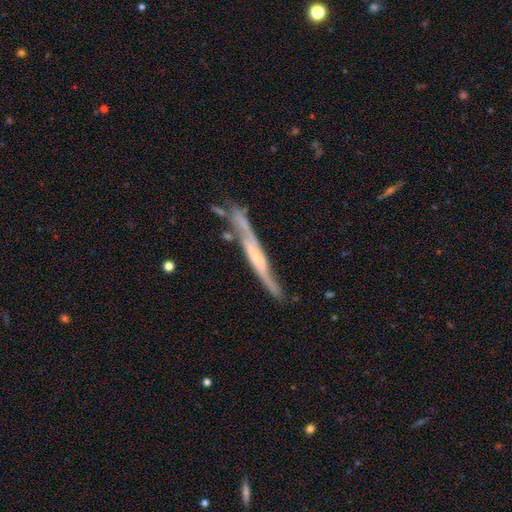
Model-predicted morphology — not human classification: Q: Smooth or featured?
A: featured or disk (72%); runner-up: smooth (22%)
Q: Edge-on disk?
A: yes (84%); runner-up: no (16%)
Q: Edge-on bulge?
A: none (50%); runner-up: rounded (35%)
Q: Merging?
A: none (59%); runner-up: minor disturbance (24%)